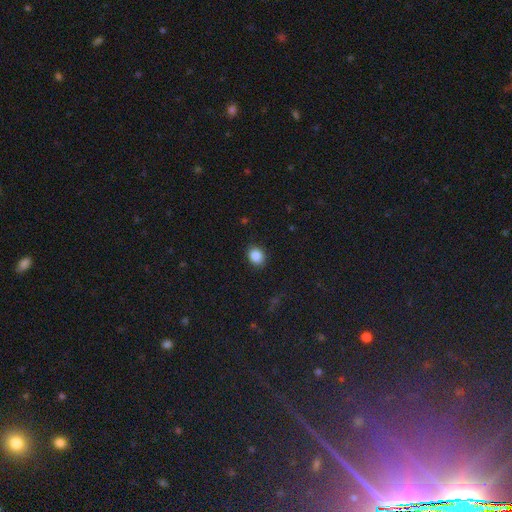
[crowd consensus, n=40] smooth_or_featured: smooth (p=0.90) [alt: star or artifact p=0.07]
how_rounded: round (p=0.61) [alt: in between p=0.39]
merging: none (p=0.89) [alt: minor disturbance p=0.05]